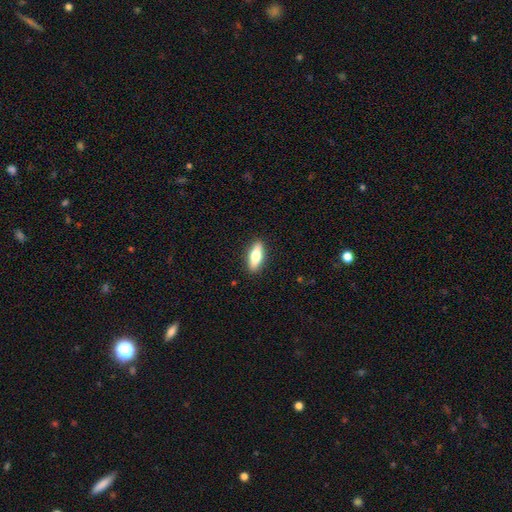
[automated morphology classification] Overall: smooth (62%; featured or disk 32%). How rounded: in between (64%; cigar-shaped 33%). Merging: none (90%).